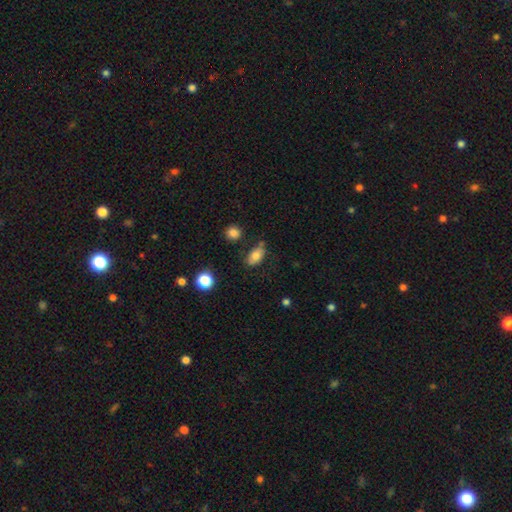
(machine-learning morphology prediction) A smooth galaxy with no disk features (77%) that is in between round and cigar-shaped (86%).

Vote fractions:
- Smooth or featured? smooth: 77% / featured or disk: 14% / star or artifact: 9%
- How rounded? in between: 86% / round: 10% / cigar-shaped: 4%
- Merging? none: 71% / minor disturbance: 19% / merger: 7% / major disturbance: 4%